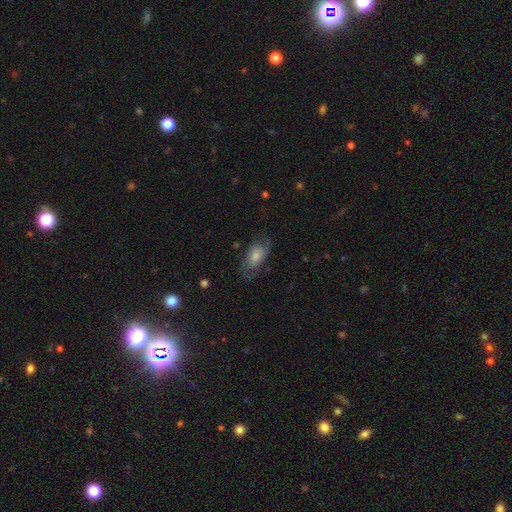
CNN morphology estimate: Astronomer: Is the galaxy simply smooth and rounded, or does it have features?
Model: featured or disk — 54% (runner-up: smooth, 34%).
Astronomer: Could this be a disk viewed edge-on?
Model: no — 90%.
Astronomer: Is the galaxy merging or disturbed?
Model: none — 69%.